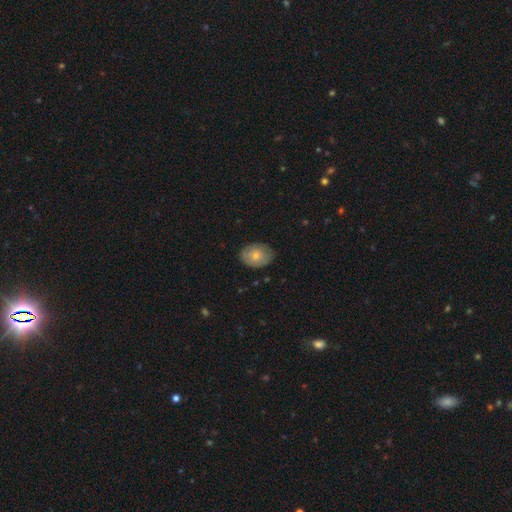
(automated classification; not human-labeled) smooth_or_featured: smooth (p=0.67) [alt: featured or disk p=0.26]
how_rounded: in between (p=0.70) [alt: round p=0.29]
merging: none (p=0.76) [alt: minor disturbance p=0.20]